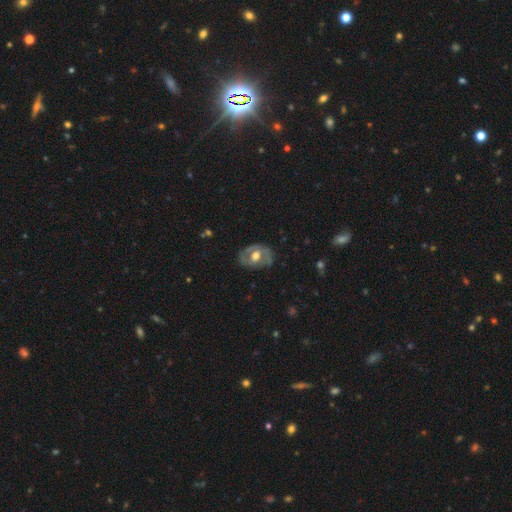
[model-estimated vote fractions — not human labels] featured or disk 63%, smooth 31%, star or artifact 6%. Down the decision tree: edge-on disk — no (94%); bar — no (59%); spiral arms — yes (52%); bulge size — moderate (67%); merging — none (71%).